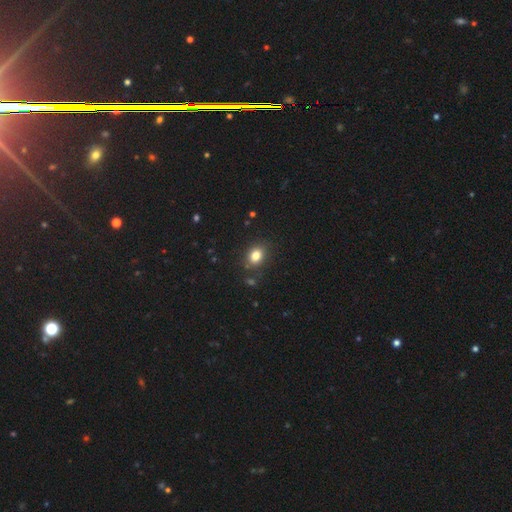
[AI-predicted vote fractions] Overall: smooth (82%). How rounded: in between (55%; round 44%). Merging: none (82%).